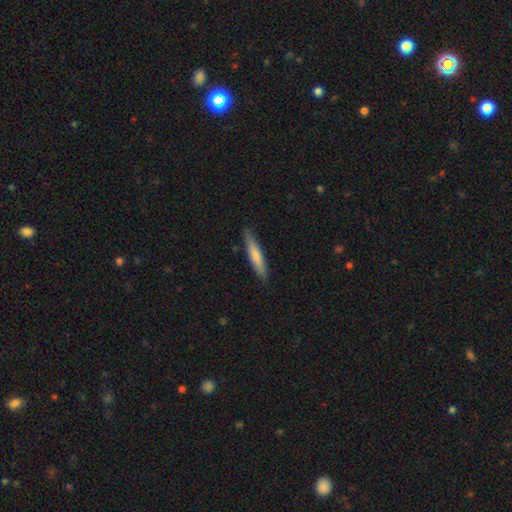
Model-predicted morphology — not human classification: A smooth galaxy with no disk features (71%) that is cigar-shaped (90%). Merging: none (87%).